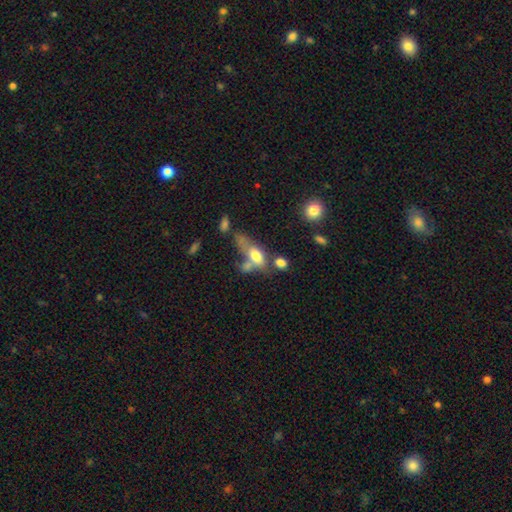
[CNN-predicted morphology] smooth 65%, featured or disk 26%, star or artifact 9%. Down the decision tree: how rounded — in between (78%); merging — merger (37%).